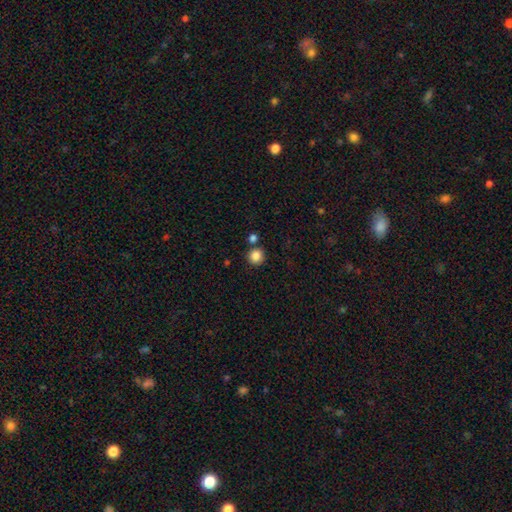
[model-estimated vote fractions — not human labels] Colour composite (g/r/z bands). It shows a smooth galaxy with no disk features (86%) that is round (93%). Merging: none (81%).